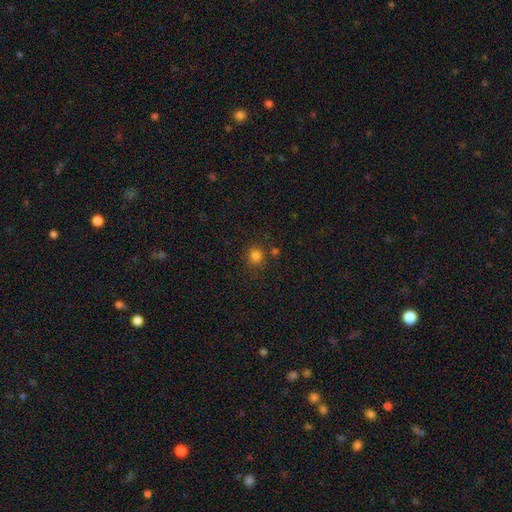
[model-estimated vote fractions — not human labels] A smooth galaxy with no disk features (81%) that is round (88%).

Vote fractions:
- Smooth or featured? smooth: 81% / star or artifact: 14% / featured or disk: 5%
- How rounded? round: 88% / in between: 11% / cigar-shaped: 1%
- Merging? none: 80% / minor disturbance: 10% / merger: 7% / major disturbance: 3%